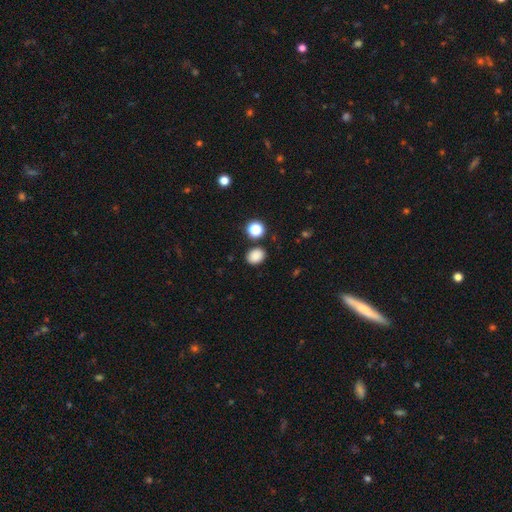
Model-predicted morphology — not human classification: type=smooth (84%); roundness=in between (51%); merging=none (83%).